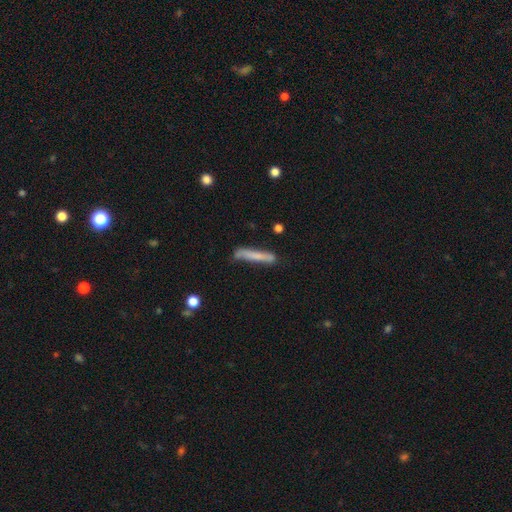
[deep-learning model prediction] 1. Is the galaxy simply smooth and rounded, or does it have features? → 65% smooth, 27% featured or disk, 7% star or artifact.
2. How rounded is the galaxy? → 93% cigar-shaped, 5% in between, 1% round.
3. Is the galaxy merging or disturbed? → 65% none, 23% minor disturbance, 7% major disturbance, 5% merger.